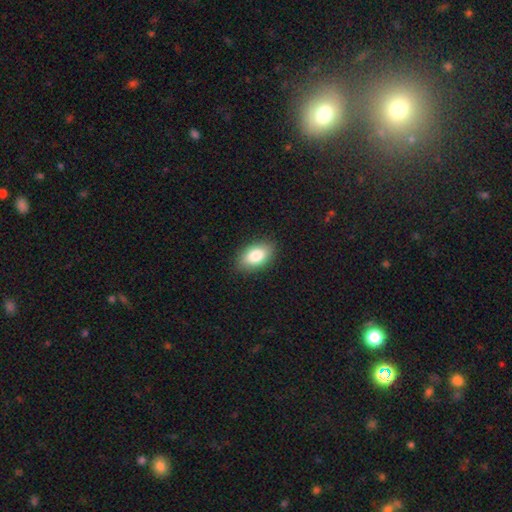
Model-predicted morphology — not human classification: Overall: smooth (82%). How rounded: in between (91%). Merging: none (88%).